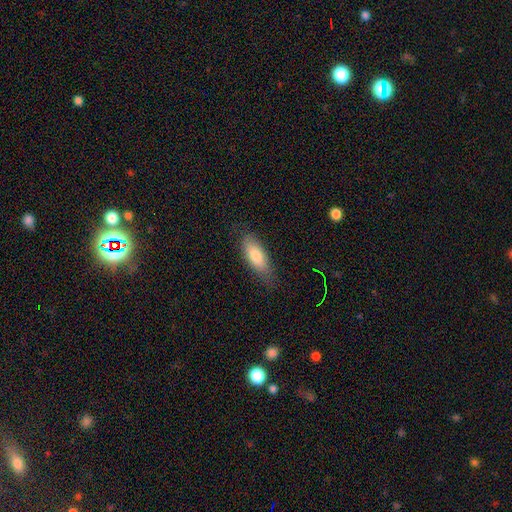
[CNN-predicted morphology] smooth-or-featured: smooth: 77% | featured or disk: 16% | star or artifact: 7%
  how-rounded: in between: 70% | cigar-shaped: 28% | round: 2%
  merging: none: 77% | minor disturbance: 18% | major disturbance: 4% | merger: 1%